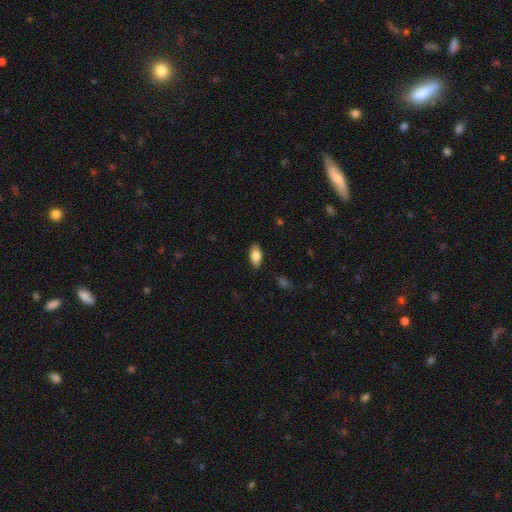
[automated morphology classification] smooth 84%, featured or disk 9%, star or artifact 7%. Down the decision tree: how rounded — in between (91%); merging — none (87%).